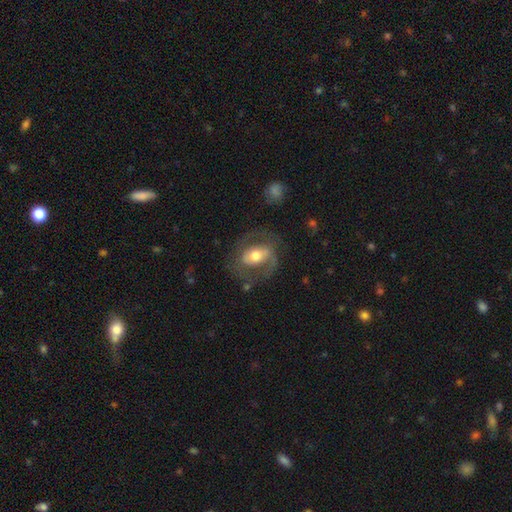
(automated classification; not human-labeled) Q: Smooth or featured?
A: featured or disk (63%); runner-up: smooth (31%)
Q: Edge-on disk?
A: no (94%); runner-up: yes (6%)
Q: Bar?
A: no (34%); tied with: weak (34%)
Q: Spiral arms?
A: yes (62%); runner-up: no (38%)
Q: Bulge size?
A: moderate (67%); runner-up: large (20%)
Q: Merging?
A: none (64%); runner-up: minor disturbance (18%)